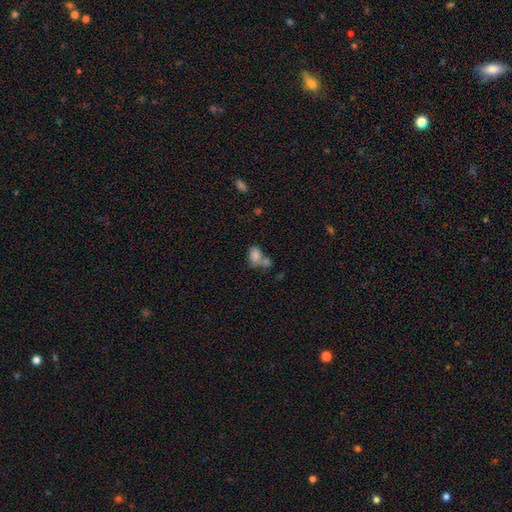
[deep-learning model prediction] The model was most divided on "merging": merger: 52%, none: 30%, minor disturbance: 11%, major disturbance: 6%. More confident: smooth or featured — smooth (79%); how rounded — in between (79%).